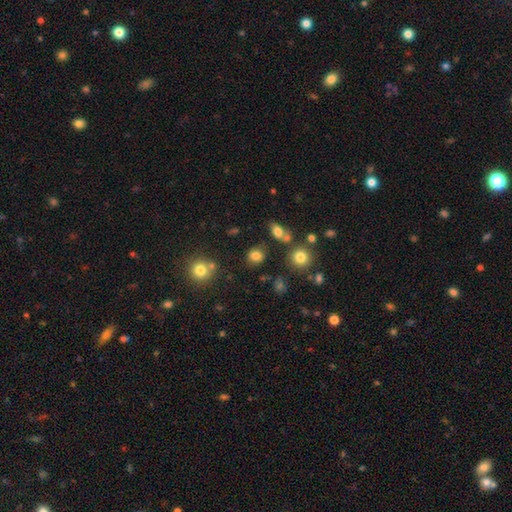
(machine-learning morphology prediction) A smooth galaxy with no disk features (78%) that is round (70%).

Vote fractions:
- Smooth or featured? smooth: 78% / star or artifact: 15% / featured or disk: 7%
- How rounded? round: 70% / in between: 29% / cigar-shaped: 1%
- Merging? none: 77% / minor disturbance: 12% / merger: 7% / major disturbance: 4%